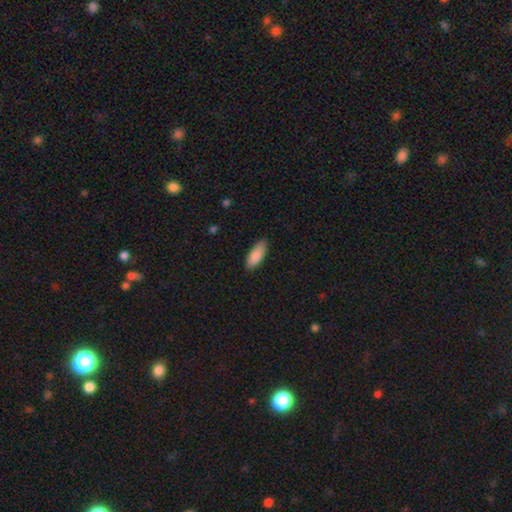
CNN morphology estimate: Smooth or featured?
  - smooth: 88% *
  - star or artifact: 6%
  - featured or disk: 6%
How rounded?
  - in between: 79% *
  - cigar-shaped: 19%
  - round: 2%
Merging?
  - none: 82% *
  - minor disturbance: 14%
  - major disturbance: 2%
  - merger: 1%